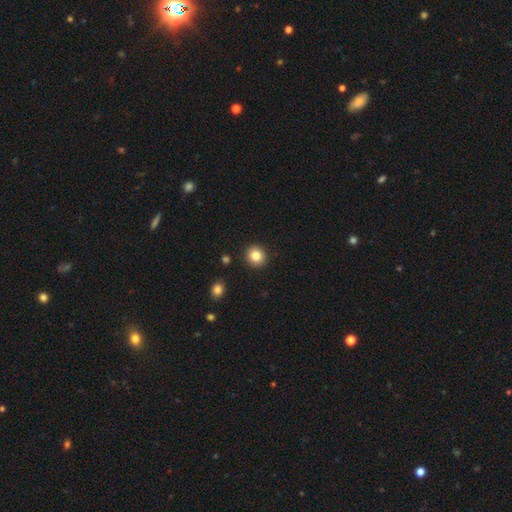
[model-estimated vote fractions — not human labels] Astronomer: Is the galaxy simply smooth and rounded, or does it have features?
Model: smooth — 84%.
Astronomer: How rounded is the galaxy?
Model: round — 86%.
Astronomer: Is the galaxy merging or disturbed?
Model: none — 91%.